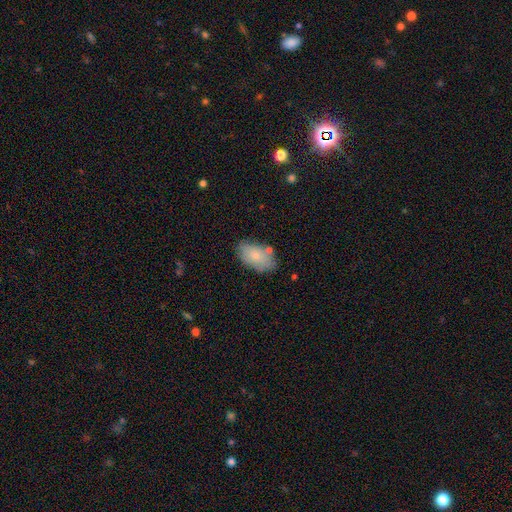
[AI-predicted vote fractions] This is likely a smooth galaxy (76%). How rounded: clearly in between (93%). Merging: likely none (72%).